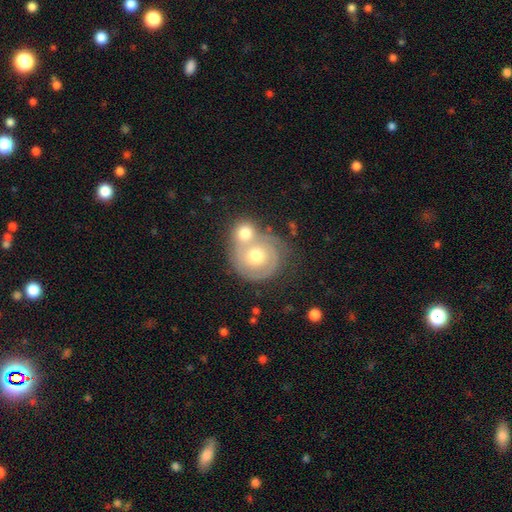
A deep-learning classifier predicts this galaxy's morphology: The model was most divided on "merging": merger: 54%, none: 31%, minor disturbance: 9%, major disturbance: 6%. More confident: edge-on disk — no (97%); bar — no (83%); spiral arms — yes (74%); bulge size — moderate (73%); smooth or featured — featured or disk (61%).